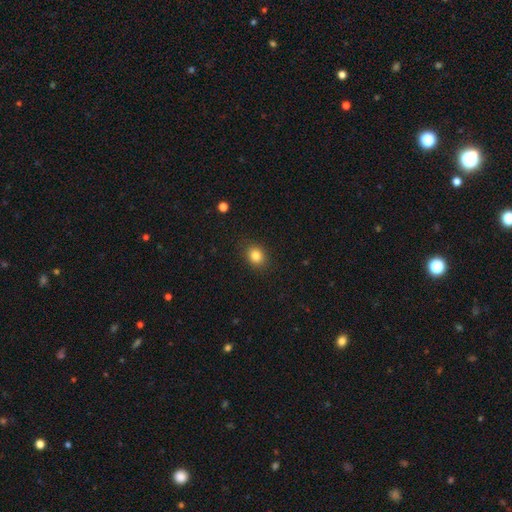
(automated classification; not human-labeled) A smooth galaxy with no disk features (83%) that is round (60%). Merging: none (87%).